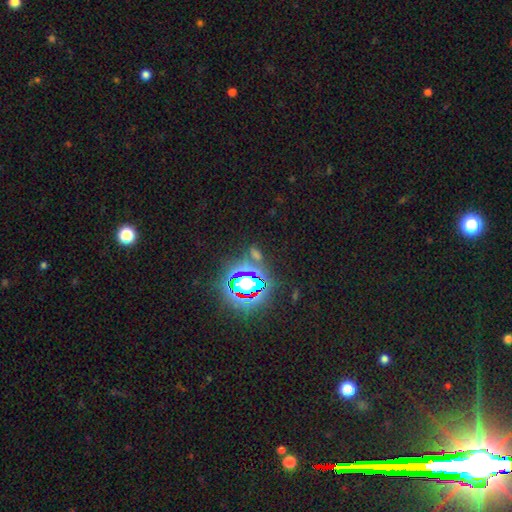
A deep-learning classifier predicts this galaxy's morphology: This is likely a star or artifact rather than a galaxy (69%).